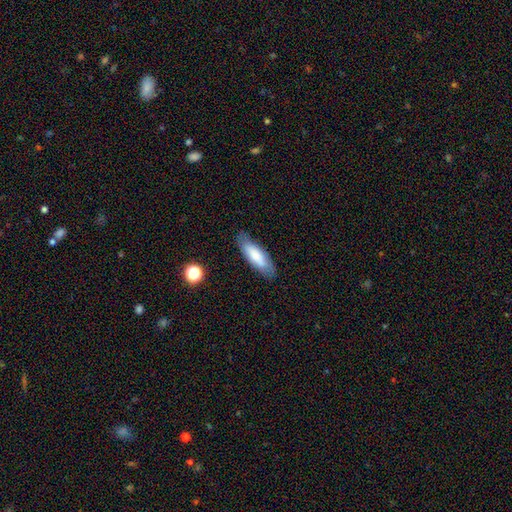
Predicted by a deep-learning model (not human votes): Smooth or featured: smooth — 76% (featured or disk — 18%)
How rounded: in between — 55% (cigar-shaped — 43%)
Merging: none — 79% (minor disturbance — 15%)